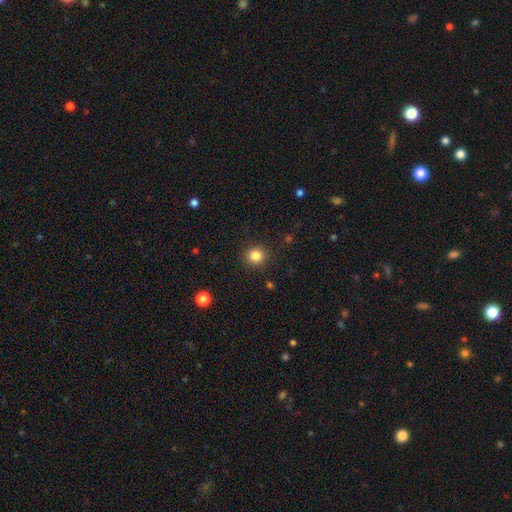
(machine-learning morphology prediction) Smooth or featured: smooth — 84% (star or artifact — 11%)
How rounded: round — 92% (in between — 7%)
Merging: none — 90% (minor disturbance — 7%)